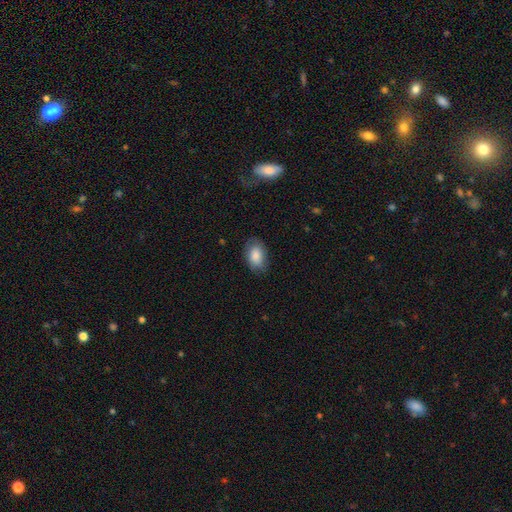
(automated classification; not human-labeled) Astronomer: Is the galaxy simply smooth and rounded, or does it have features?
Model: smooth — 82%.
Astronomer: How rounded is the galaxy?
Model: in between — 90%.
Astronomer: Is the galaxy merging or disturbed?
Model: none — 78%.